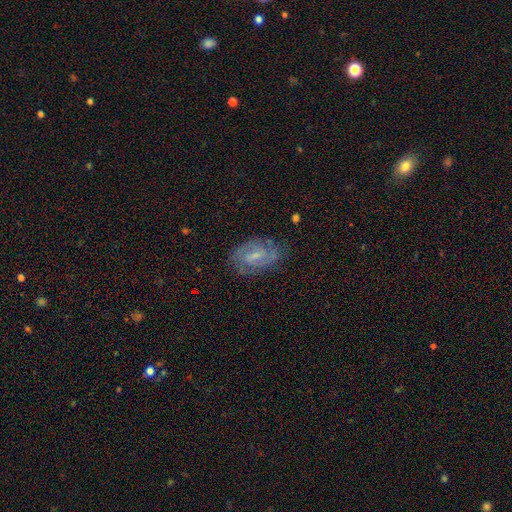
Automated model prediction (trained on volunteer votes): Smooth or featured: featured or disk — 68% (smooth — 24%)
Edge-on disk: no — 95% (yes — 5%)
Bar: weak — 55% (no — 28%)
Spiral arms: yes — 82% (no — 18%)
Spiral winding: tight — 44% (medium — 41%)
Spiral arm count: 2 — 57% (can't tell — 28%)
Bulge size: small — 58% (moderate — 28%)
Merging: none — 71% (minor disturbance — 20%)